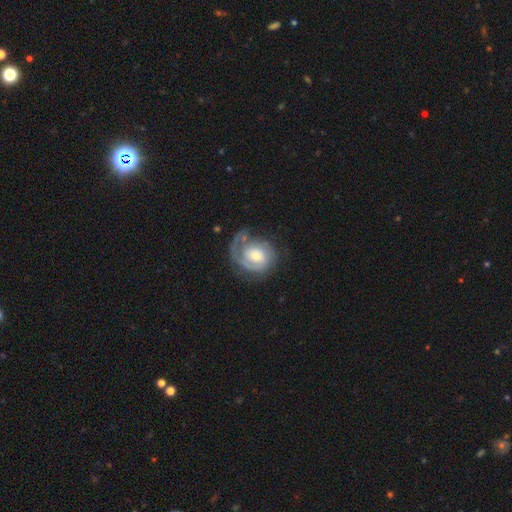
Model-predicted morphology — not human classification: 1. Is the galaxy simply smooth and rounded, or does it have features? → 74% featured or disk, 21% smooth, 6% star or artifact.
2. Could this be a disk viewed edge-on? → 97% no, 3% yes.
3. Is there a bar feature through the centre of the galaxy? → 68% no, 27% weak, 5% strong.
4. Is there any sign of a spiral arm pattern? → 88% yes, 12% no.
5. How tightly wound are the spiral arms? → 60% tight, 27% medium, 12% loose.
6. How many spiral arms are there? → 51% 1, 24% 2, 17% can't tell, 4% 3, 2% 4, 2% more than 4.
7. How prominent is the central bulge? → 50% moderate, 38% small, 8% large, 2% none, 1% dominant.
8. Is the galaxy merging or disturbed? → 57% none, 20% minor disturbance, 20% major disturbance, 3% merger.